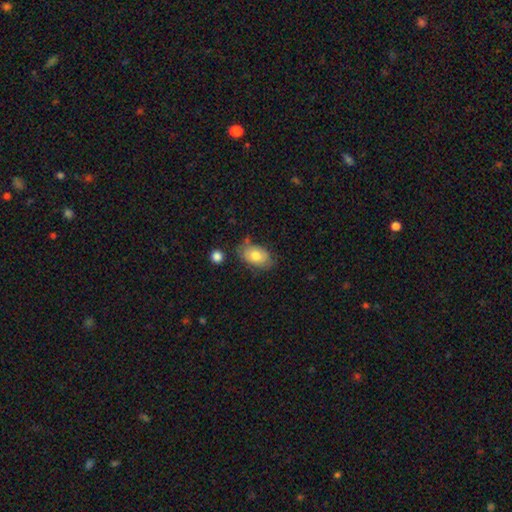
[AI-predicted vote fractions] Smooth or featured?
  - smooth: 75% *
  - featured or disk: 18%
  - star or artifact: 7%
How rounded?
  - in between: 89% *
  - round: 10%
  - cigar-shaped: 1%
Merging?
  - none: 67% *
  - minor disturbance: 22%
  - major disturbance: 6%
  - merger: 5%